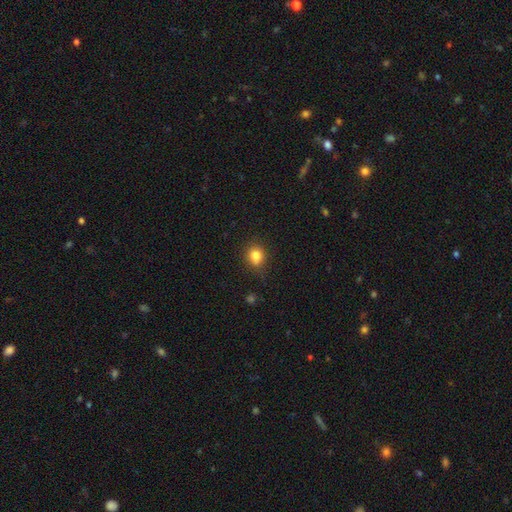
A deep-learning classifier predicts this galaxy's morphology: smooth-or-featured: smooth: 82% | star or artifact: 12% | featured or disk: 6%
  how-rounded: round: 72% | in between: 27% | cigar-shaped: 1%
  merging: none: 77% | minor disturbance: 16% | major disturbance: 4% | merger: 3%